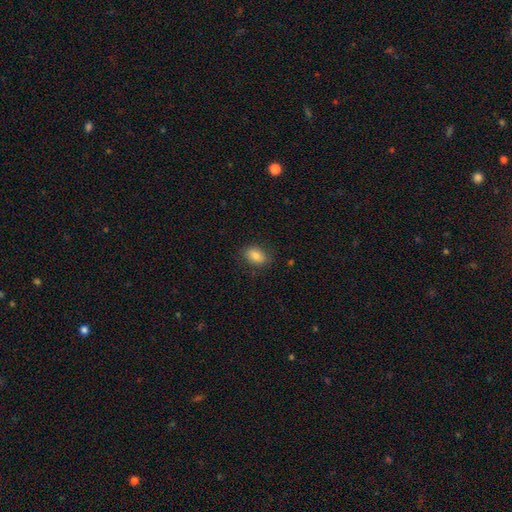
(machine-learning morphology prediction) smooth_or_featured: smooth (p=0.82) [alt: featured or disk p=0.09]
how_rounded: in between (p=0.83) [alt: round p=0.16]
merging: none (p=0.82) [alt: minor disturbance p=0.14]